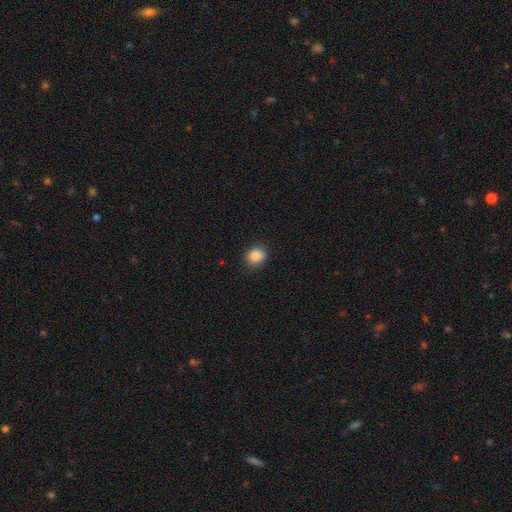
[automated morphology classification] Smooth or featured: smooth — 87% (star or artifact — 9%)
How rounded: round — 65% (in between — 34%)
Merging: none — 82% (minor disturbance — 14%)